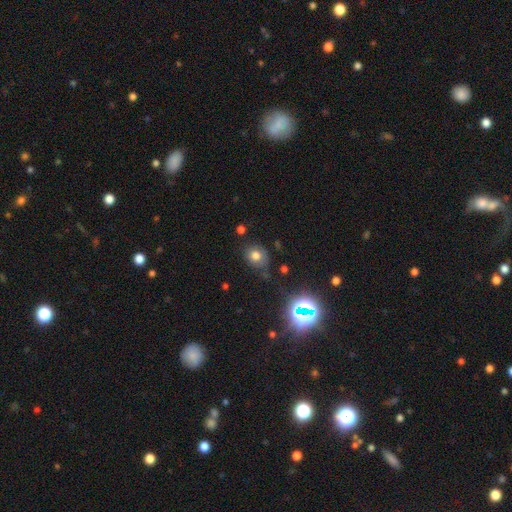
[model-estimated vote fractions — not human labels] Smooth or featured: smooth — 70% (star or artifact — 18%)
How rounded: round — 66% (in between — 33%)
Merging: none — 67% (minor disturbance — 22%)